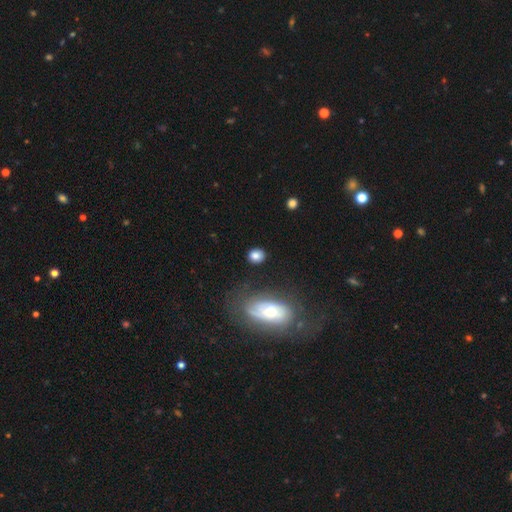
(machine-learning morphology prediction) A smooth galaxy with no disk features (80%) that is round (61%).

Vote fractions:
- Smooth or featured? smooth: 80% / featured or disk: 11% / star or artifact: 9%
- How rounded? round: 61% / in between: 38% / cigar-shaped: 2%
- Merging? none: 81% / minor disturbance: 12% / major disturbance: 4% / merger: 3%